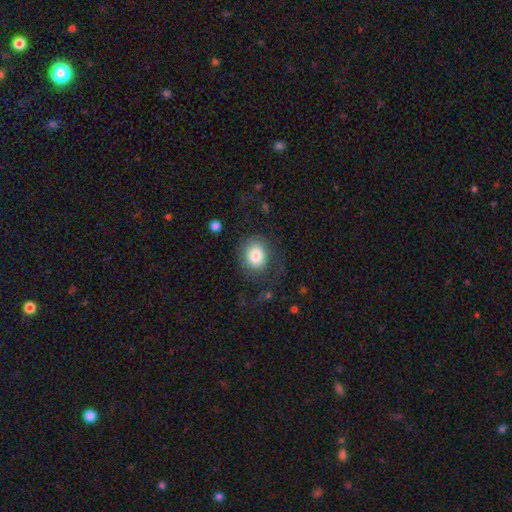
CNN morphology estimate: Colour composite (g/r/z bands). It shows a smooth galaxy with no disk features (79%) that is round (55%). Merging: none (60%).